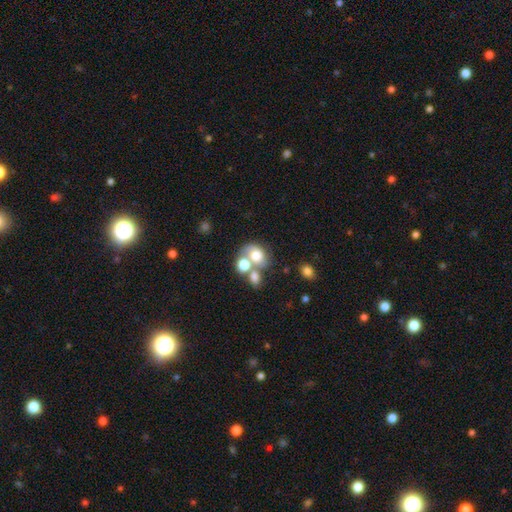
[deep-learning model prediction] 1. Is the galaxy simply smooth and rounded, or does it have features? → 66% smooth, 23% featured or disk, 12% star or artifact.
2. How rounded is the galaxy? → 52% round, 47% in between, 1% cigar-shaped.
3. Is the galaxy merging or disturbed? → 52% merger, 30% none, 11% minor disturbance, 8% major disturbance.